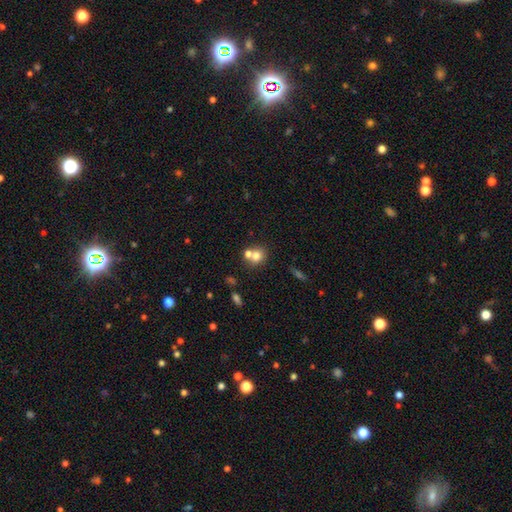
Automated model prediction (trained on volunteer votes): Smooth or featured: smooth — 72% (featured or disk — 15%)
How rounded: round — 78% (in between — 20%)
Merging: merger — 46% (none — 44%)